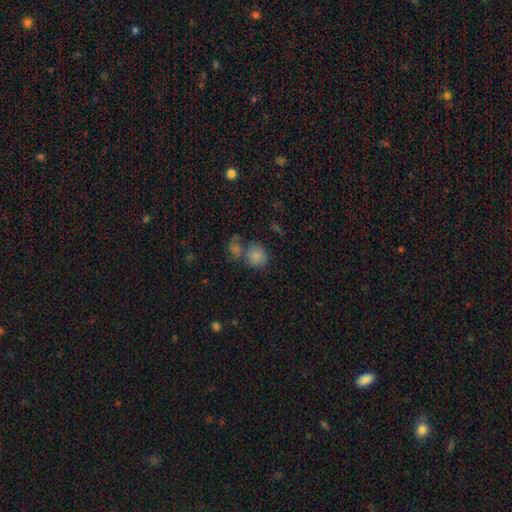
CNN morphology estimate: Overall: smooth (83%). How rounded: round (76%). Merging: none (45%; merger 38%).